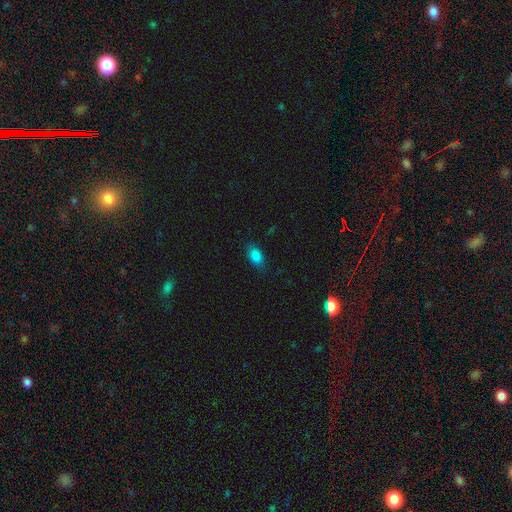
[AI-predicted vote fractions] A smooth galaxy with no disk features (84%) that is in between round and cigar-shaped (88%).

Vote fractions:
- Smooth or featured? smooth: 84% / star or artifact: 10% / featured or disk: 6%
- How rounded? in between: 88% / round: 8% / cigar-shaped: 4%
- Merging? none: 81% / minor disturbance: 14% / major disturbance: 3% / merger: 1%